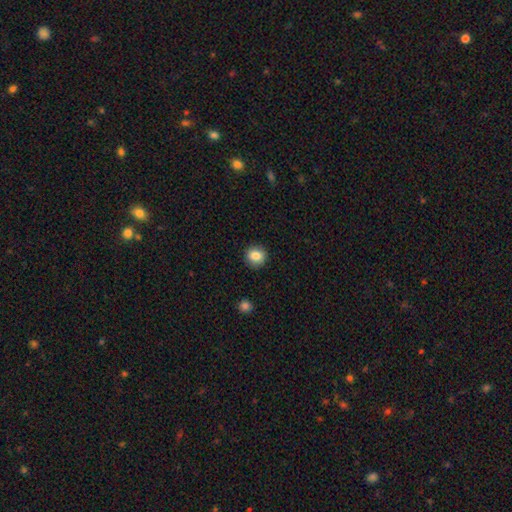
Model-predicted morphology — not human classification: smooth 85%, star or artifact 9%, featured or disk 6%. Down the decision tree: how rounded — round (84%); merging — none (90%).